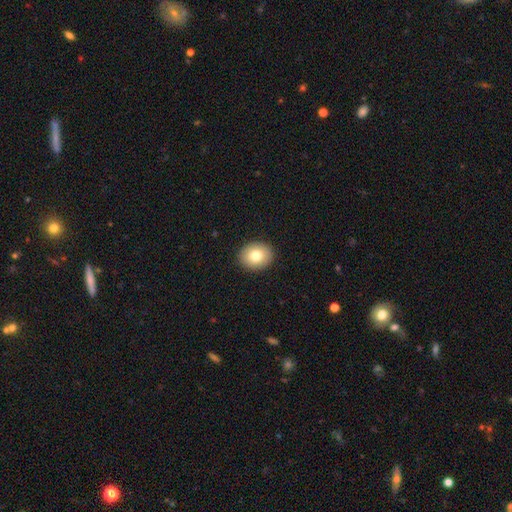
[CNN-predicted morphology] Smooth or featured? smooth (78%)
How rounded? round (56%)
Merging? none (91%)